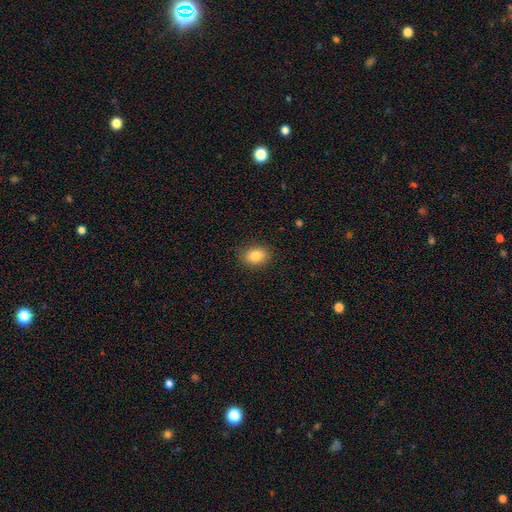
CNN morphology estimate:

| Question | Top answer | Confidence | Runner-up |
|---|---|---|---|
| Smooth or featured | smooth | 83% | star or artifact (9%) |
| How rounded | in between | 66% | round (33%) |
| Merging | none | 87% | minor disturbance (10%) |